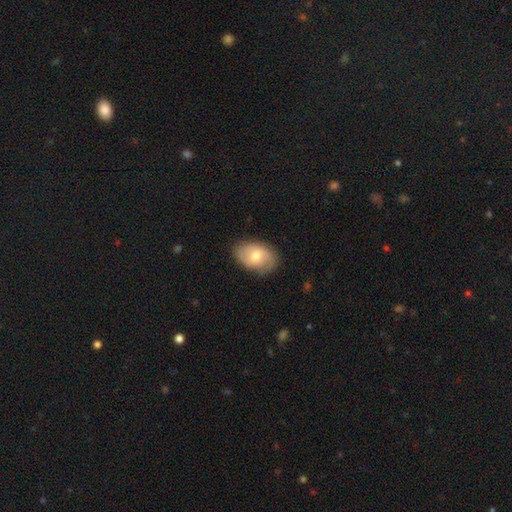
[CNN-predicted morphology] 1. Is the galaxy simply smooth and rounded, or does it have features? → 61% smooth, 32% featured or disk, 7% star or artifact.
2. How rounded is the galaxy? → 86% in between, 13% round, 1% cigar-shaped.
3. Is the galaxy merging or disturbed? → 80% none, 15% minor disturbance, 4% major disturbance, 1% merger.